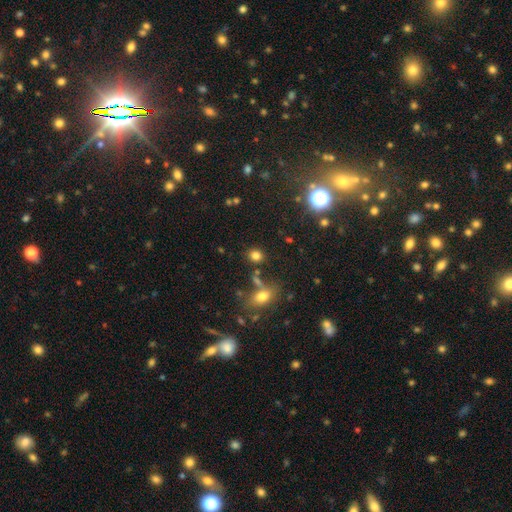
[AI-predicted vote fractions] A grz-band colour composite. It shows a smooth galaxy with no disk features (79%) that is round (71%). Merging: none (80%).